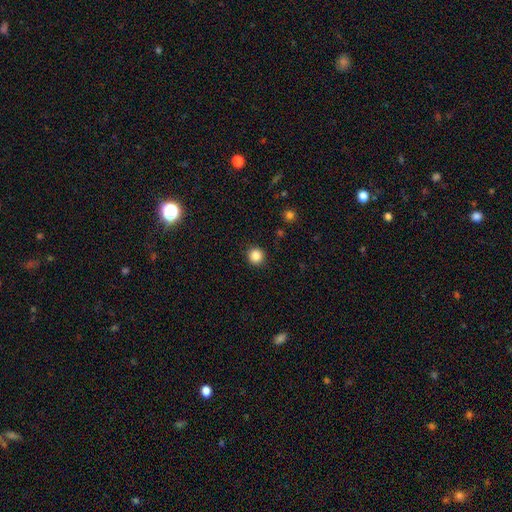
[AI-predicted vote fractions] Smooth or featured: smooth — 84% (star or artifact — 12%)
How rounded: round — 94% (in between — 5%)
Merging: none — 92% (minor disturbance — 5%)